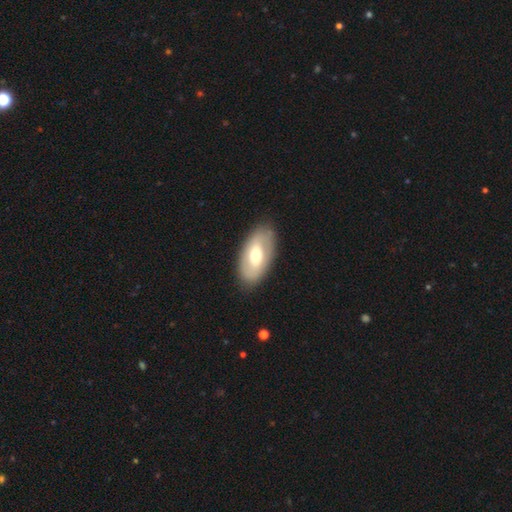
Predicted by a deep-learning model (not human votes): smooth 48%, featured or disk 47%, star or artifact 6%. Down the decision tree: merging — none (85%).